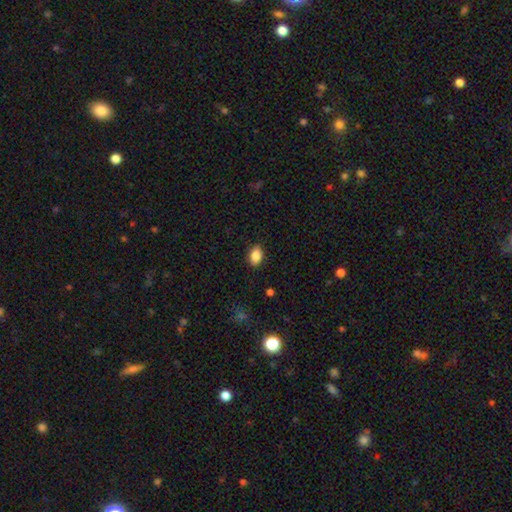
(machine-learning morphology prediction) type=smooth (88%); roundness=in between (86%); merging=none (87%).